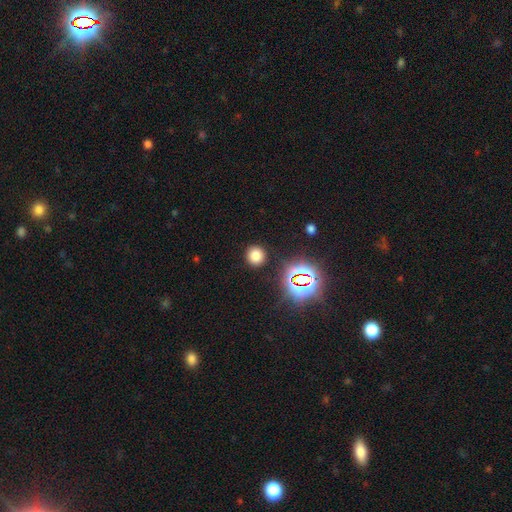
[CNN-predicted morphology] smooth 74%, star or artifact 20%, featured or disk 6%. Down the decision tree: how rounded — round (90%); merging — none (90%).